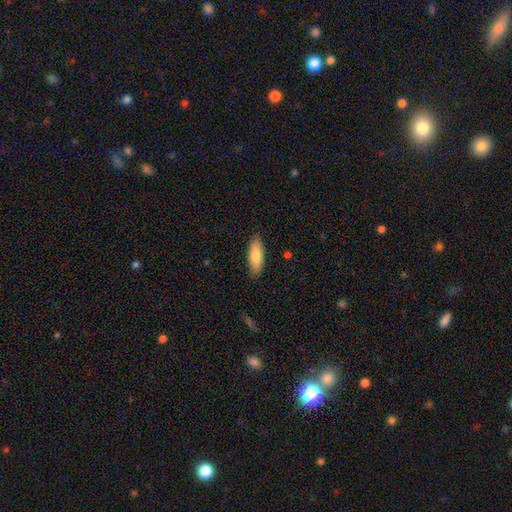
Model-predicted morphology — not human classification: type=smooth (76%); roundness=in between (63%); merging=none (87%).